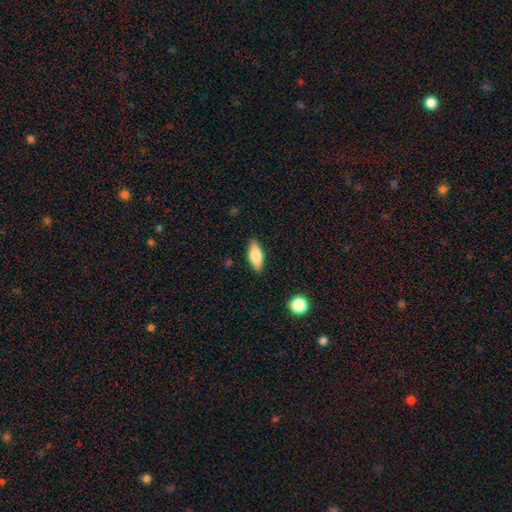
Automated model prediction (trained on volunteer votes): smooth_or_featured: smooth (p=0.75) [alt: featured or disk p=0.18]
how_rounded: in between (p=0.78) [alt: cigar-shaped p=0.19]
merging: none (p=0.87) [alt: minor disturbance p=0.10]